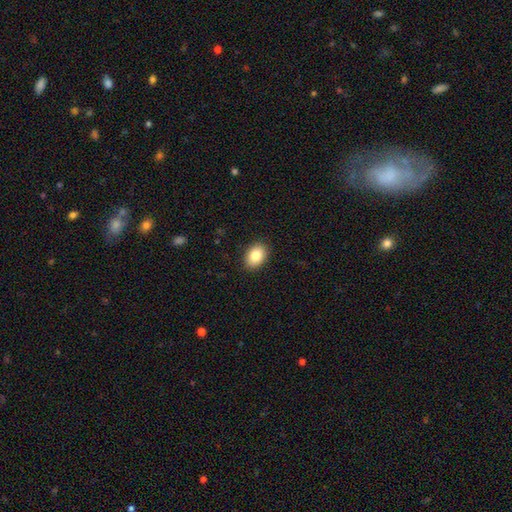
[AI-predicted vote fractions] This appears to be a smooth galaxy with no disk features (83%) that is in between round and cigar-shaped (76%). Merging: none (90%).